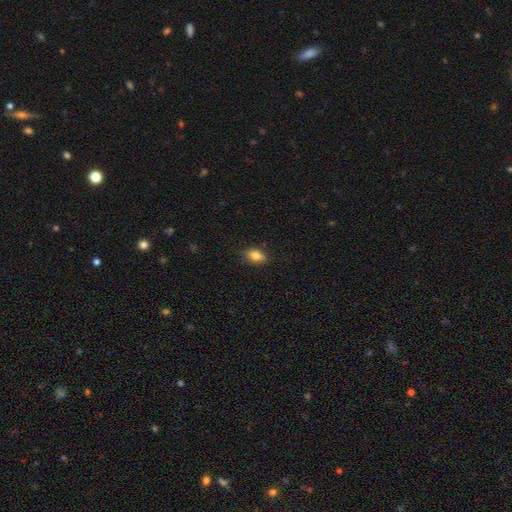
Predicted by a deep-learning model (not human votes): A smooth galaxy with no disk features (82%) that is in between round and cigar-shaped (84%). Merging: none (84%).